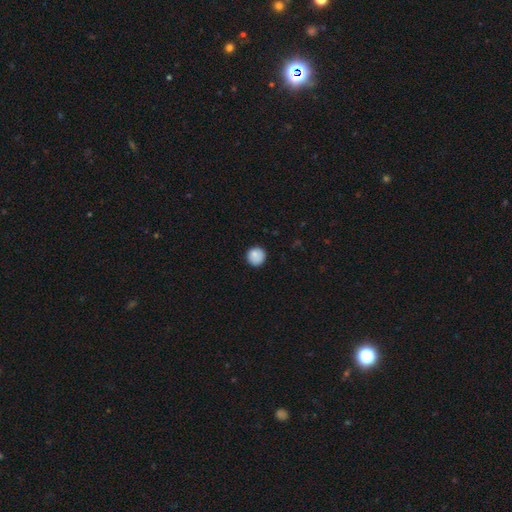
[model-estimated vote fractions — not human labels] smooth 86%, star or artifact 8%, featured or disk 6%. Down the decision tree: how rounded — round (95%); merging — none (89%).